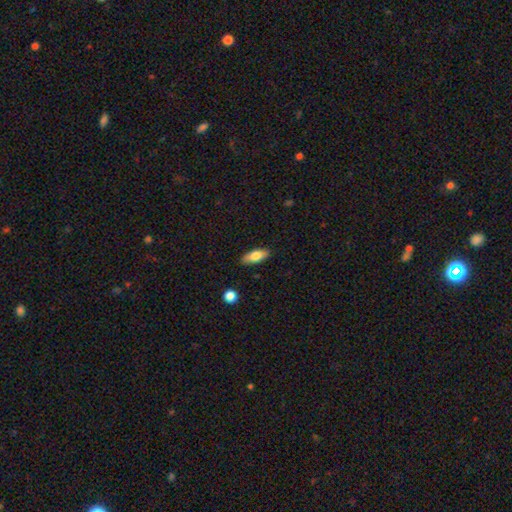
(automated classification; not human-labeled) Smooth or featured? smooth (77%)
How rounded? in between (80%)
Merging? none (87%)